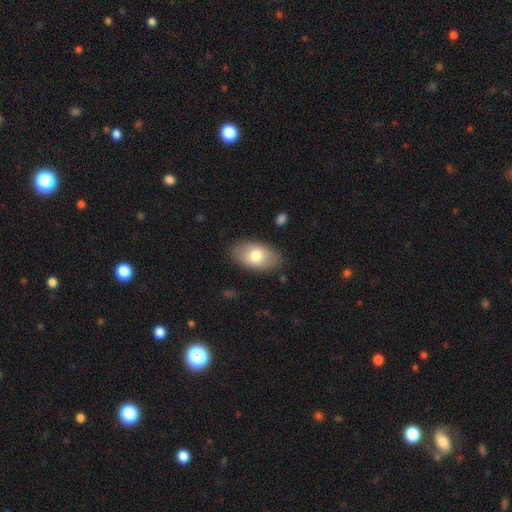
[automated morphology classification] Q: Smooth or featured?
A: smooth (76%); runner-up: featured or disk (18%)
Q: How rounded?
A: in between (93%); runner-up: round (5%)
Q: Merging?
A: none (85%); runner-up: minor disturbance (11%)